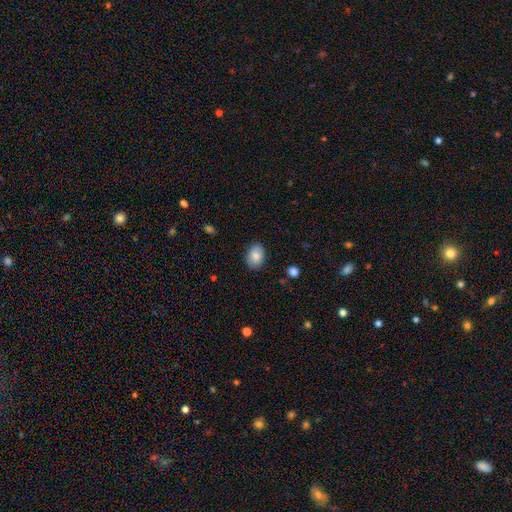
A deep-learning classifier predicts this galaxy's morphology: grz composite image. It shows a smooth galaxy with no disk features (82%) that is in between round and cigar-shaped (81%). Merging: none (86%).